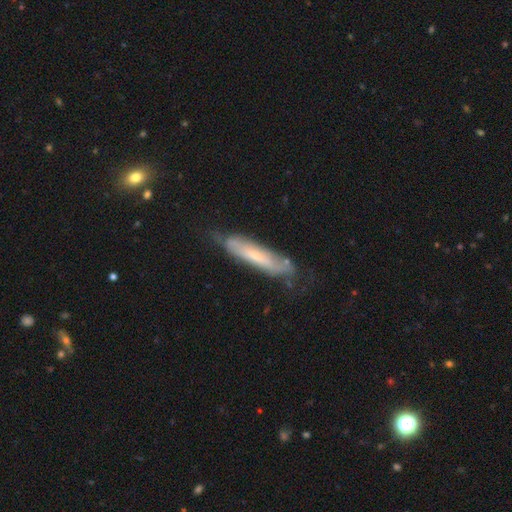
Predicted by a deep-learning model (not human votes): Smooth or featured?
  - featured or disk: 53% *
  - smooth: 41%
  - star or artifact: 7%
Edge-on disk?
  - yes: 53% *
  - no: 47%
Merging?
  - none: 61% *
  - minor disturbance: 27%
  - major disturbance: 9%
  - merger: 3%